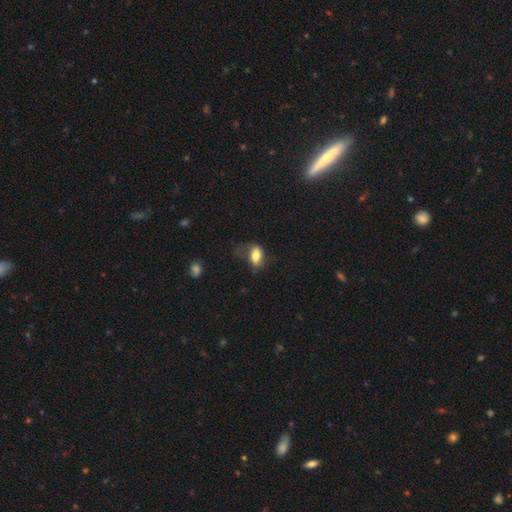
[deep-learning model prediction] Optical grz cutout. It shows a smooth galaxy with no disk features (77%) that is in between round and cigar-shaped (85%). Merging: none (46%).